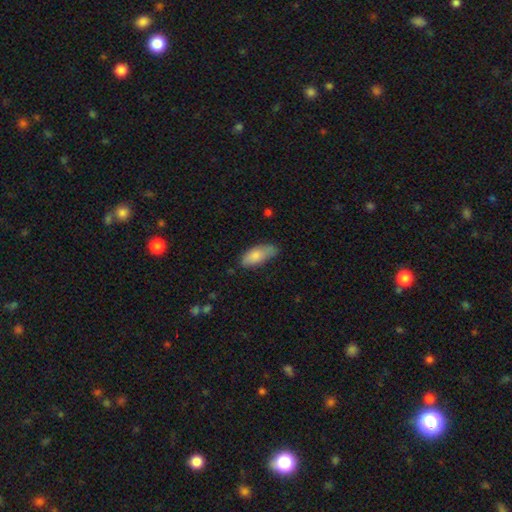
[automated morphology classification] This appears to be a smooth galaxy with no disk features (81%) that is in between round and cigar-shaped (83%). Merging: none (61%).